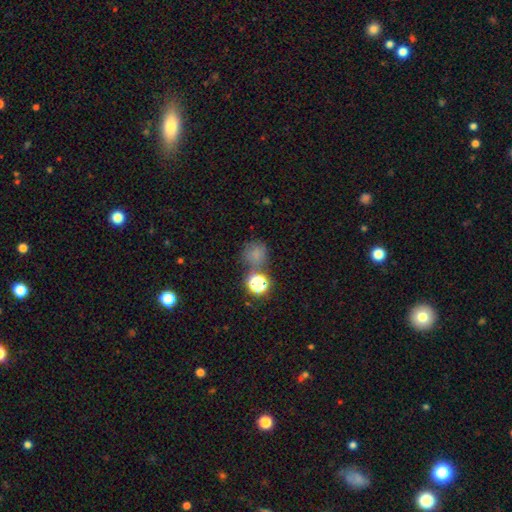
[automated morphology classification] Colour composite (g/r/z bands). It shows a smooth galaxy with no disk features (66%) that is round (83%). Merging: none (60%).